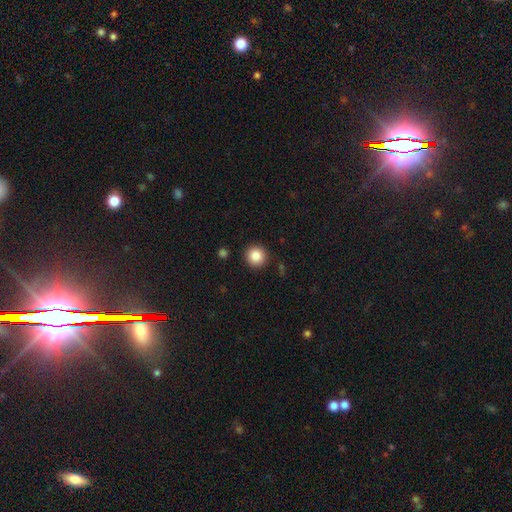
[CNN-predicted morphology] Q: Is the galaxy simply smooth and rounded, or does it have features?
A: smooth — 86%.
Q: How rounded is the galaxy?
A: round — 95%.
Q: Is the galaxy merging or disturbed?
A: none — 91%.